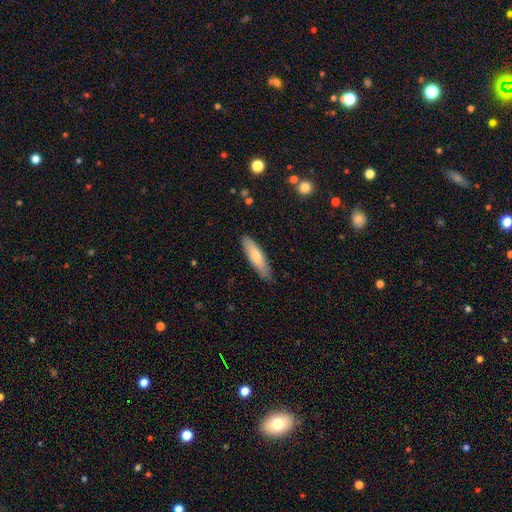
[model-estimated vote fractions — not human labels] Q: Smooth or featured?
A: smooth (68%); runner-up: featured or disk (26%)
Q: How rounded?
A: cigar-shaped (69%); runner-up: in between (29%)
Q: Merging?
A: none (81%); runner-up: minor disturbance (15%)